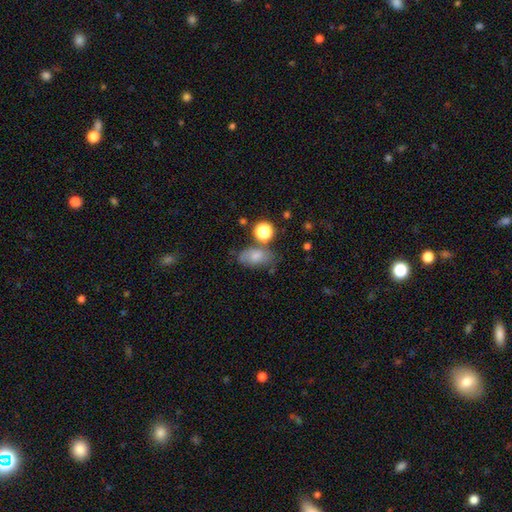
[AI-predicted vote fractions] smooth 69%, featured or disk 19%, star or artifact 13%. Down the decision tree: how rounded — in between (85%); merging — none (54%).